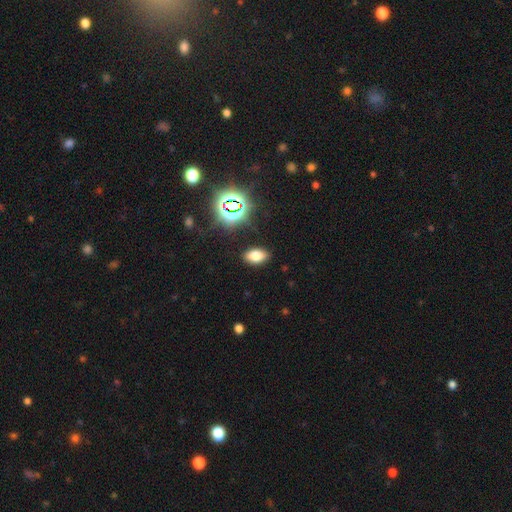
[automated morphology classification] Smooth or featured?
  - smooth: 70% *
  - star or artifact: 20%
  - featured or disk: 10%
How rounded?
  - in between: 90% *
  - round: 8%
  - cigar-shaped: 2%
Merging?
  - none: 87% *
  - minor disturbance: 9%
  - major disturbance: 3%
  - merger: 2%